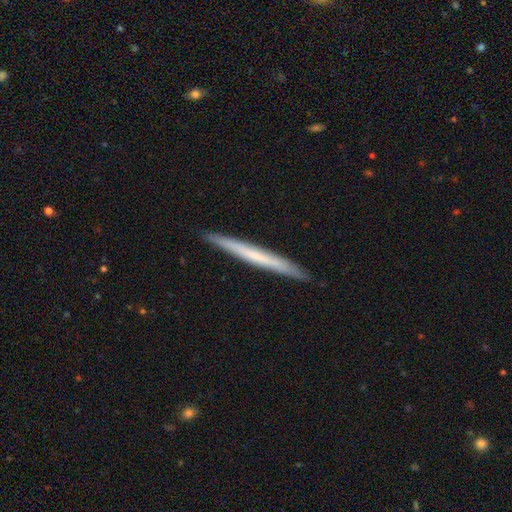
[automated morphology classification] Q: Smooth or featured?
A: smooth (48%); runner-up: featured or disk (46%)
Q: Merging?
A: none (91%); runner-up: minor disturbance (6%)